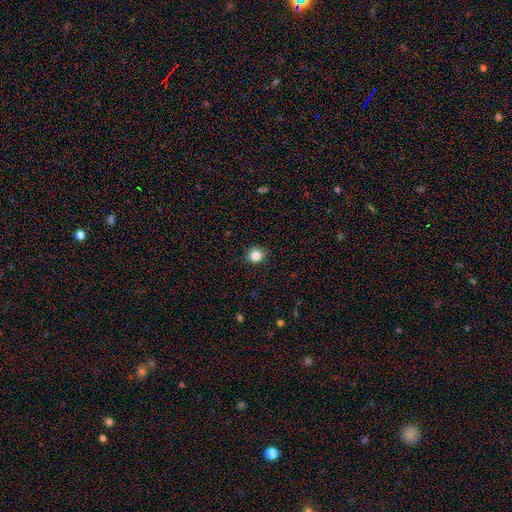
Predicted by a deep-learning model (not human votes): The model was most divided on "smooth or featured": smooth: 85%, star or artifact: 11%, featured or disk: 4%. More confident: merging — none (89%); how rounded — round (88%).